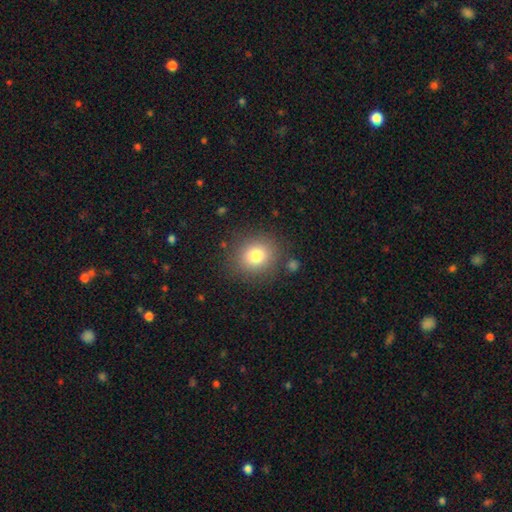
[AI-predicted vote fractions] The model was most divided on "smooth or featured": smooth: 79%, star or artifact: 12%, featured or disk: 9%. More confident: how rounded — round (86%); merging — none (84%).